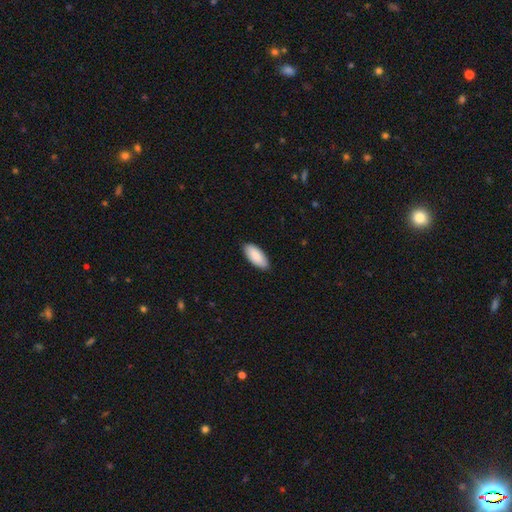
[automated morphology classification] A smooth galaxy with no disk features (90%) that is in between round and cigar-shaped (88%).

Vote fractions:
- Smooth or featured? smooth: 90% / featured or disk: 5% / star or artifact: 5%
- How rounded? in between: 88% / cigar-shaped: 10% / round: 1%
- Merging? none: 88% / minor disturbance: 10% / major disturbance: 2% / merger: 1%